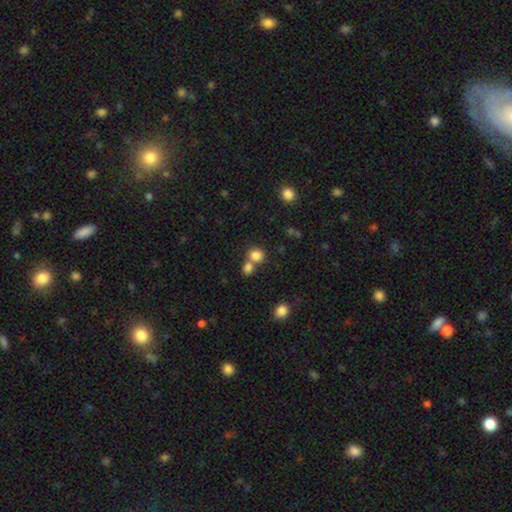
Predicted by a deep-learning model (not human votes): Q: Smooth or featured?
A: smooth (81%); runner-up: star or artifact (12%)
Q: How rounded?
A: round (78%); runner-up: in between (21%)
Q: Merging?
A: none (49%); runner-up: merger (41%)